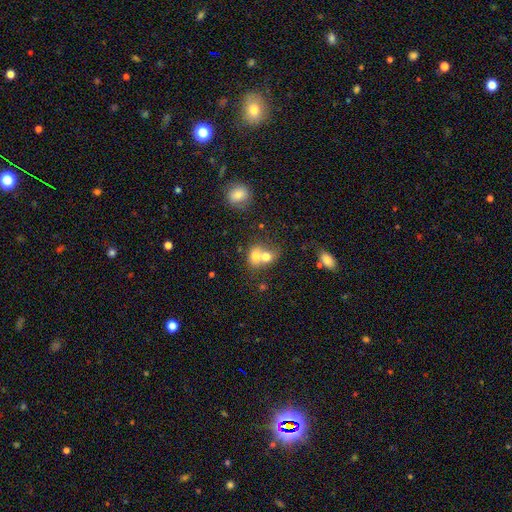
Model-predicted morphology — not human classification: Smooth or featured?
  - smooth: 71% *
  - featured or disk: 18%
  - star or artifact: 10%
How rounded?
  - round: 54% *
  - in between: 45%
  - cigar-shaped: 1%
Merging?
  - merger: 70% *
  - none: 21%
  - minor disturbance: 6%
  - major disturbance: 3%